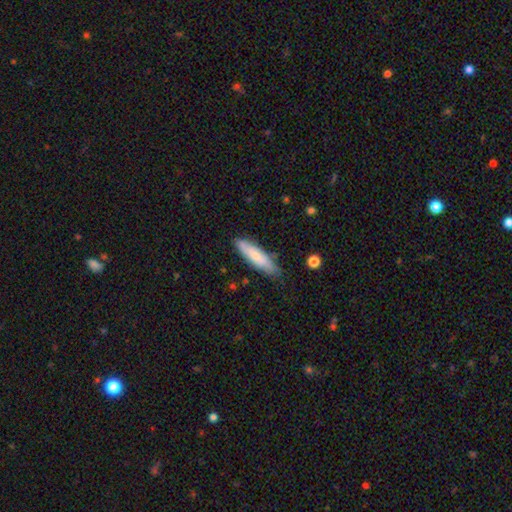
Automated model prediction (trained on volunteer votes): The model was most divided on "how rounded": cigar-shaped: 66%, in between: 32%, round: 2%. More confident: merging — none (79%); smooth or featured — smooth (68%).